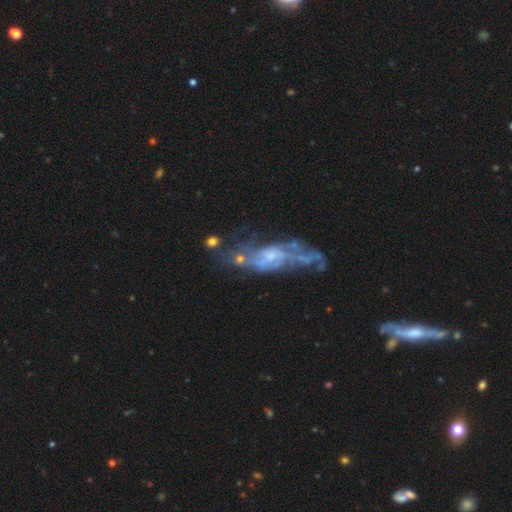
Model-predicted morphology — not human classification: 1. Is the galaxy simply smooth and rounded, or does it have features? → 68% featured or disk, 16% smooth, 16% star or artifact.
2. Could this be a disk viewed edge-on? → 72% no, 28% yes.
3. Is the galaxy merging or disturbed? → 46% none, 21% major disturbance, 19% minor disturbance, 14% merger.